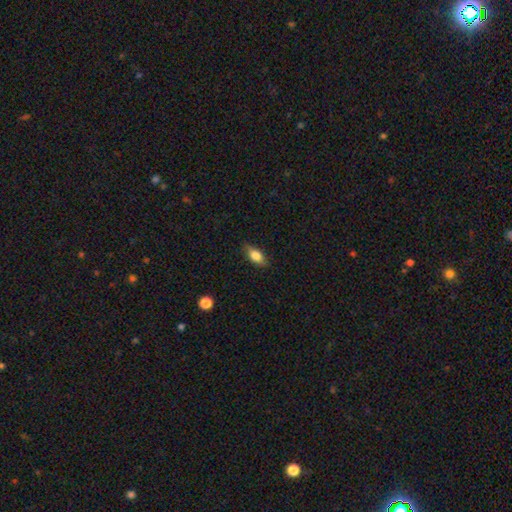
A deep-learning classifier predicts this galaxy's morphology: smooth 80%, featured or disk 13%, star or artifact 8%. Down the decision tree: how rounded — in between (85%); merging — none (83%).